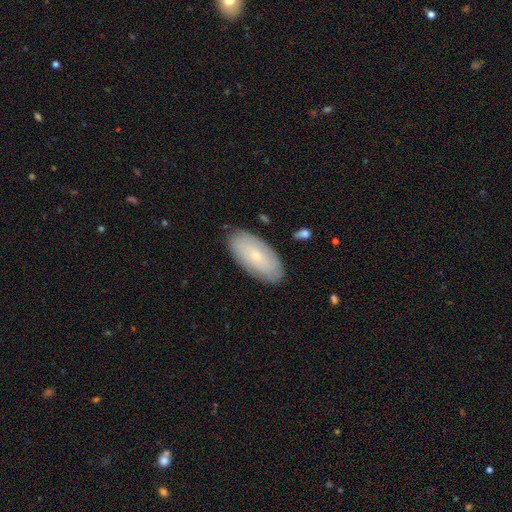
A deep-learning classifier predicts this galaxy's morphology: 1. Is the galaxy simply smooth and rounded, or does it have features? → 47% smooth, 46% featured or disk, 7% star or artifact.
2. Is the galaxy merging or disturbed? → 84% none, 12% minor disturbance, 3% major disturbance, 1% merger.